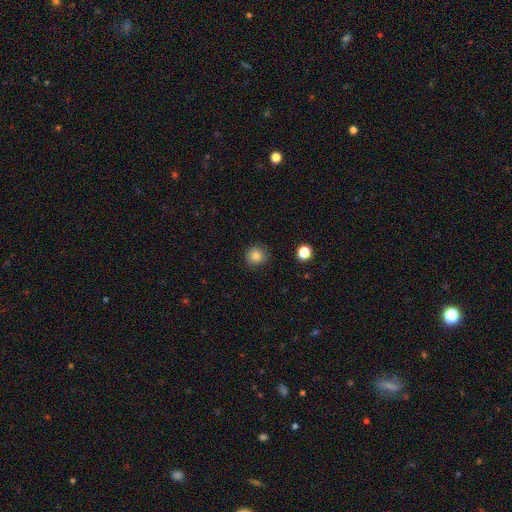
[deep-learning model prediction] smooth 83%, star or artifact 11%, featured or disk 5%. Down the decision tree: how rounded — round (92%); merging — none (88%).